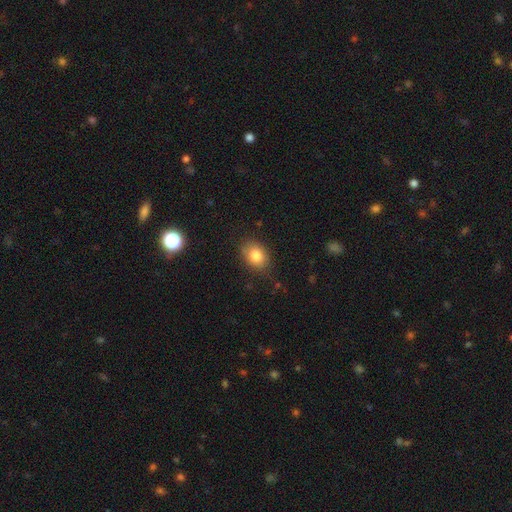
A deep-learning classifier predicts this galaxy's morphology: Smooth or featured? smooth (83%)
How rounded? in between (66%)
Merging? none (80%)